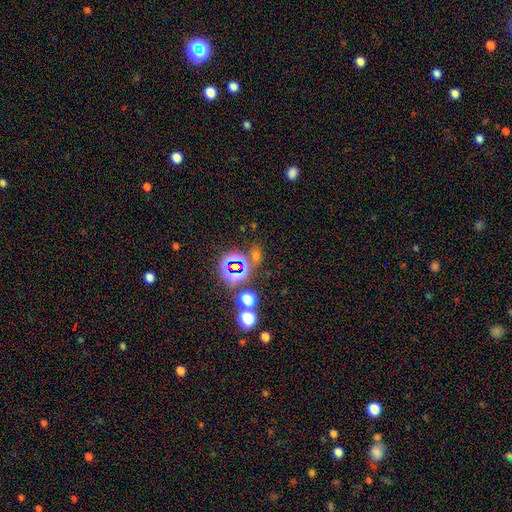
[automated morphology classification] A star or artifact, not a galaxy (55%).

Vote fractions:
- Smooth or featured? star or artifact: 55% / smooth: 36% / featured or disk: 9%